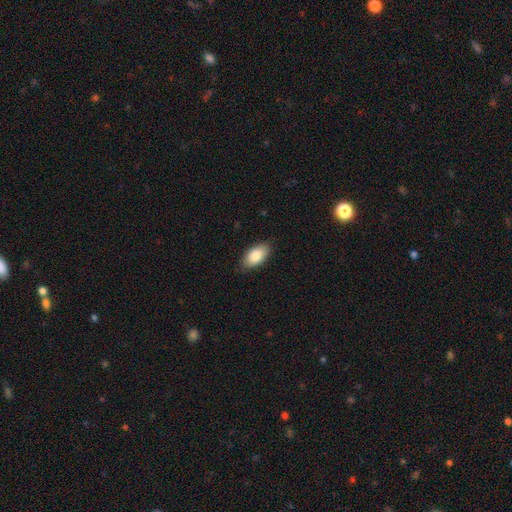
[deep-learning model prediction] This is clearly a smooth galaxy (84%). How rounded: clearly in between (94%). Merging: clearly none (84%).